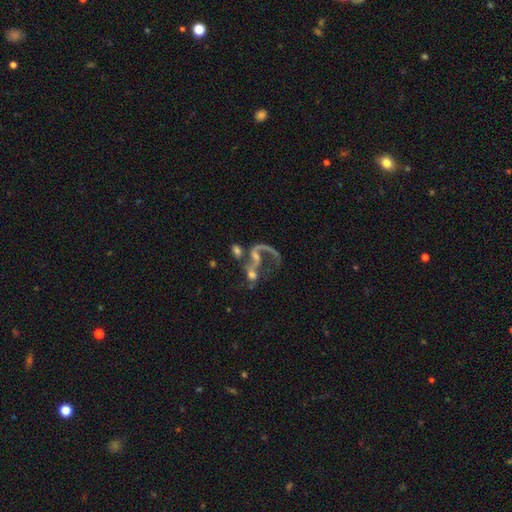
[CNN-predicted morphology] smooth_or_featured: featured or disk (p=0.71) [alt: smooth p=0.17]
disk_edge_on: no (p=0.96) [alt: yes p=0.04]
bar: no (p=0.59) [alt: weak p=0.28]
has_spiral_arms: yes (p=0.70) [alt: no p=0.30]
bulge_size: small (p=0.38) [alt: none p=0.31]
merging: merger (p=0.47) [alt: major disturbance p=0.27]